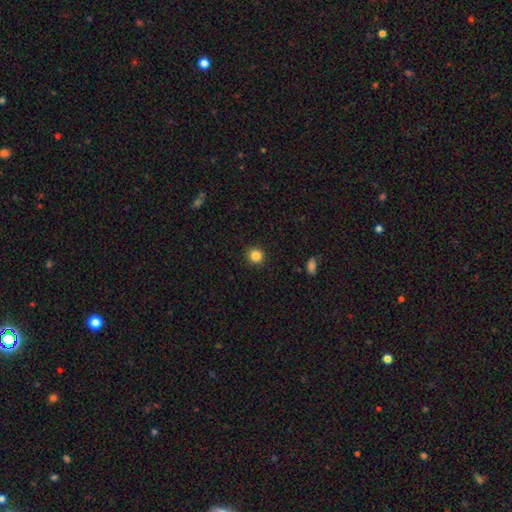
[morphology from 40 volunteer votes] A smooth galaxy with no disk features (82%) that is round (91%).

Vote fractions:
- Smooth or featured? smooth: 82% / star or artifact: 12% / featured or disk: 5%
- How rounded? round: 91% / in between: 9% / cigar-shaped: 0%
- Merging? none: 89% / minor disturbance: 6% / major disturbance: 3% / merger: 3%